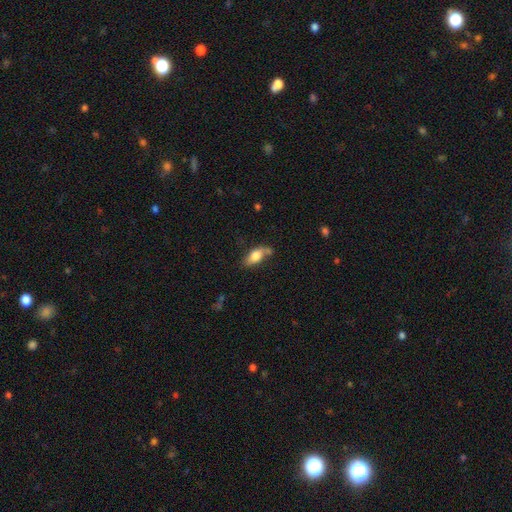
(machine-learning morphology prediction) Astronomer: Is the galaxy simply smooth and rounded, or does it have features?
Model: smooth — 73%.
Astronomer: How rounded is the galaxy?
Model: in between — 80%.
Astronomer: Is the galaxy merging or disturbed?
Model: none — 55%.